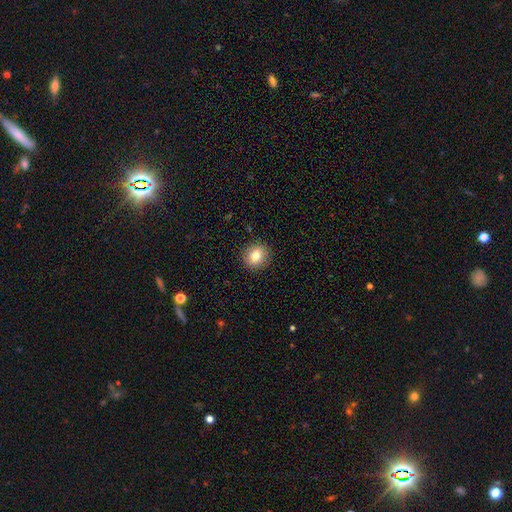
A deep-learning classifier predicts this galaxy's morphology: This appears to be a smooth galaxy with no disk features (81%) that is round (80%). Merging: none (90%).